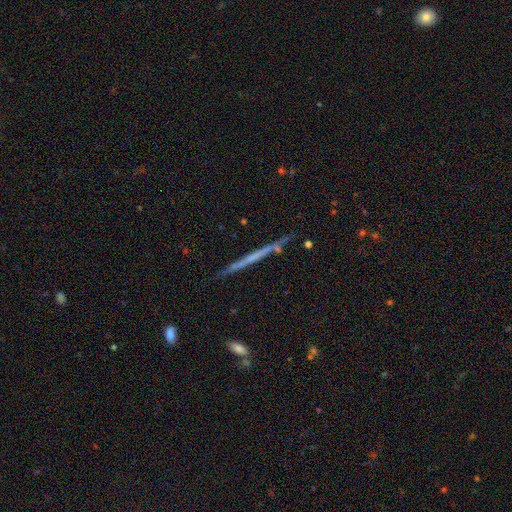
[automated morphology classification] smooth-or-featured: featured or disk: 60% | smooth: 32% | star or artifact: 8%
  disk-edge-on: yes: 97% | no: 3%
    edge-on-bulge: none: 86% | rounded: 10% | boxy: 4%
  merging: none: 89% | minor disturbance: 7% | merger: 2% | major disturbance: 2%